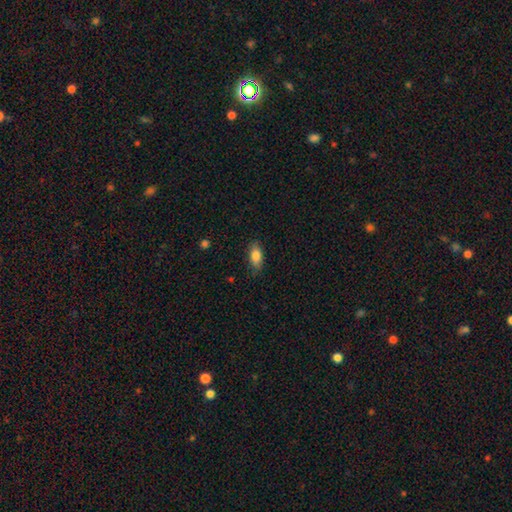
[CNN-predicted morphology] A smooth galaxy with no disk features (83%) that is in between round and cigar-shaped (86%).

Vote fractions:
- Smooth or featured? smooth: 83% / featured or disk: 10% / star or artifact: 7%
- How rounded? in between: 86% / cigar-shaped: 10% / round: 4%
- Merging? none: 83% / minor disturbance: 13% / major disturbance: 3% / merger: 1%